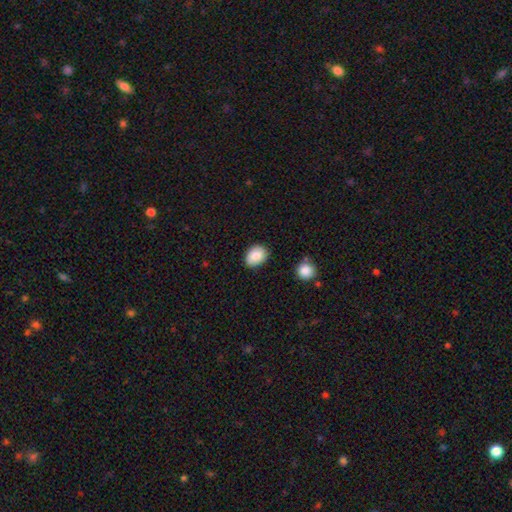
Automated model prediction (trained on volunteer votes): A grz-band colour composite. It shows a smooth galaxy with no disk features (85%) that is in between round and cigar-shaped (72%). Merging: none (80%).